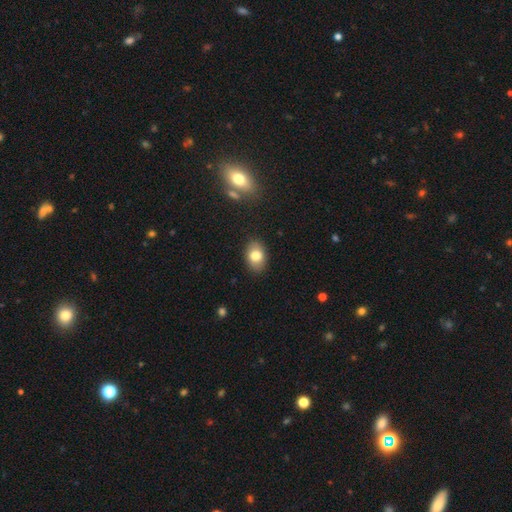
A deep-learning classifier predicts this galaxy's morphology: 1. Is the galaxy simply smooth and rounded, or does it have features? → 80% smooth, 11% featured or disk, 9% star or artifact.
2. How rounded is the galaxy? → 80% in between, 19% round, 1% cigar-shaped.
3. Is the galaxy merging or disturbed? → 87% none, 10% minor disturbance, 2% major disturbance, 1% merger.